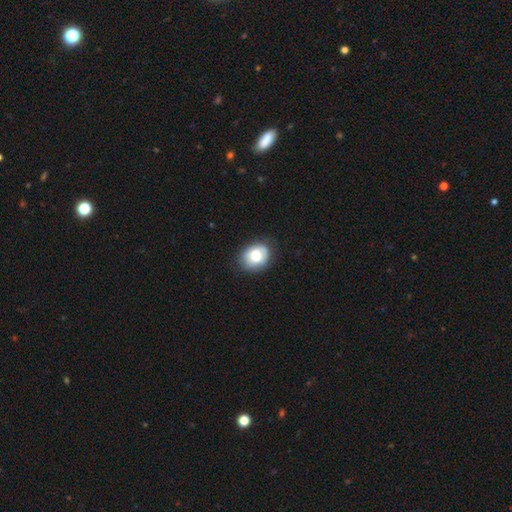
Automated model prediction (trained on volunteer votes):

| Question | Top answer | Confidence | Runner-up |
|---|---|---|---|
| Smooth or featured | smooth | 70% | featured or disk (22%) |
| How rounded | round | 50% | in between (49%) |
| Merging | none | 76% | minor disturbance (18%) |